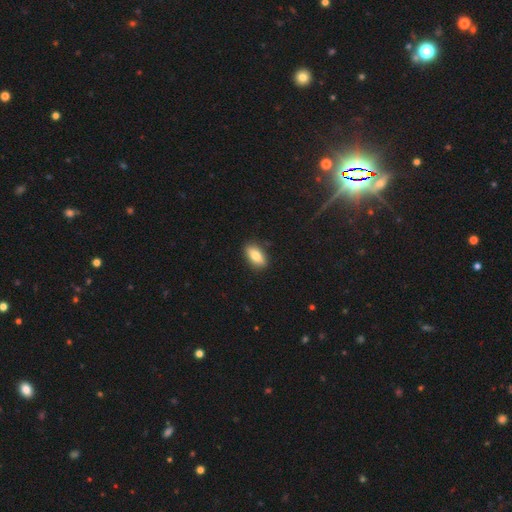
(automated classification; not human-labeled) Morphology: type=smooth (79%); roundness=in between (85%); merging=none (87%).